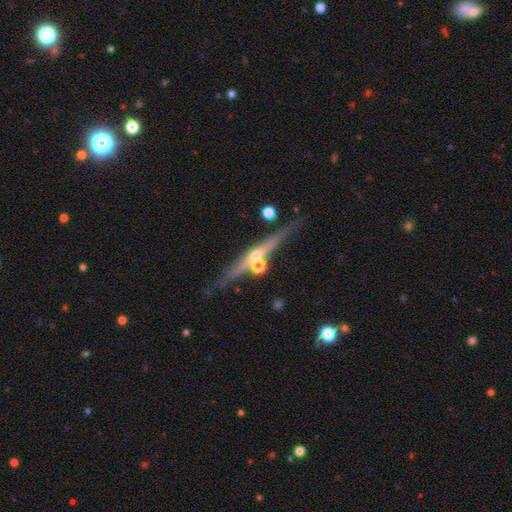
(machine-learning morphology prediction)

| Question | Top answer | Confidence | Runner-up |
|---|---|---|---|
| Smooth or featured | featured or disk | 72% | smooth (20%) |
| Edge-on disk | yes | 95% | no (5%) |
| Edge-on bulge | rounded | 87% | none (10%) |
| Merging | none | 74% | minor disturbance (11%) |